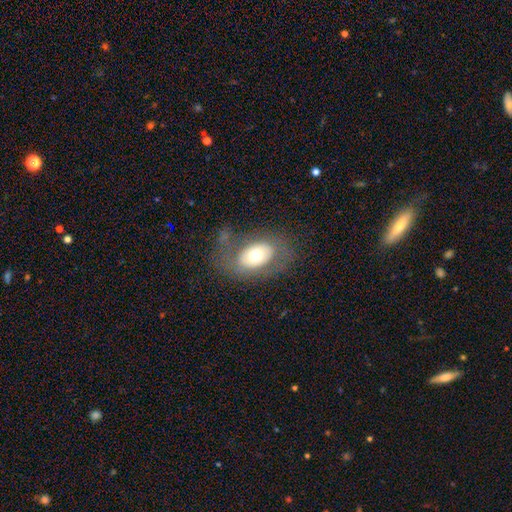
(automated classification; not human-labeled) This is possibly a smooth galaxy (55%). How rounded: clearly in between (80%). Merging: likely none (67%).